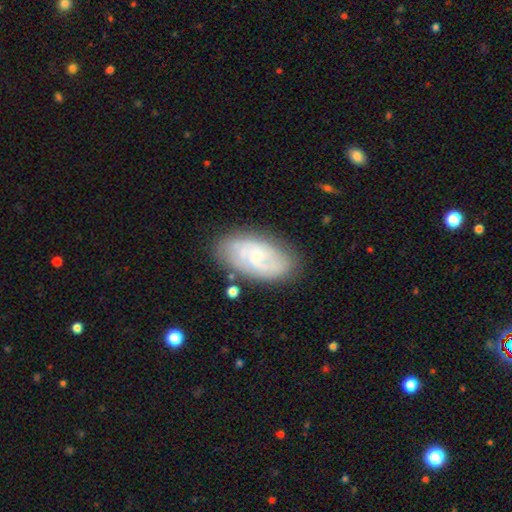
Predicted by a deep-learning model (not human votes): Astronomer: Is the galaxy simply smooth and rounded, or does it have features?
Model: featured or disk — 70%.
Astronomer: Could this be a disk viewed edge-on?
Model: no — 96%.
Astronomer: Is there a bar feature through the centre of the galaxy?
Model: no — 62%.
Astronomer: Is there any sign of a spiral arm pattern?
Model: yes — 88%.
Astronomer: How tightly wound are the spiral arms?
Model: tight — 48% (runner-up: medium, 38%).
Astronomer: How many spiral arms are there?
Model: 2 — 40% (runner-up: can't tell, 35%).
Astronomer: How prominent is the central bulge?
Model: small — 75%.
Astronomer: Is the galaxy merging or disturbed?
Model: none — 77%.